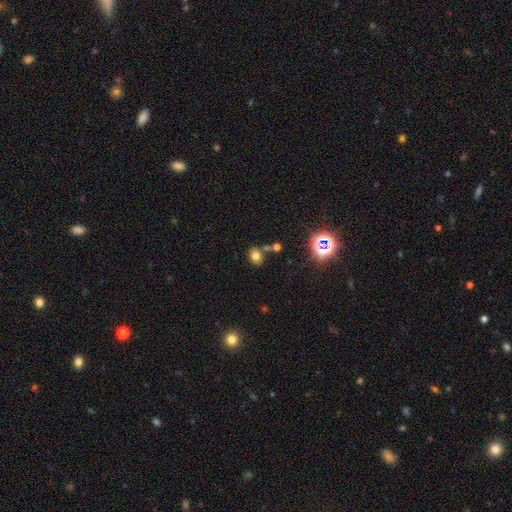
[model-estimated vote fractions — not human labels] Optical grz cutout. It shows a smooth galaxy with no disk features (71%) that is round (51%). Merging: none (66%).